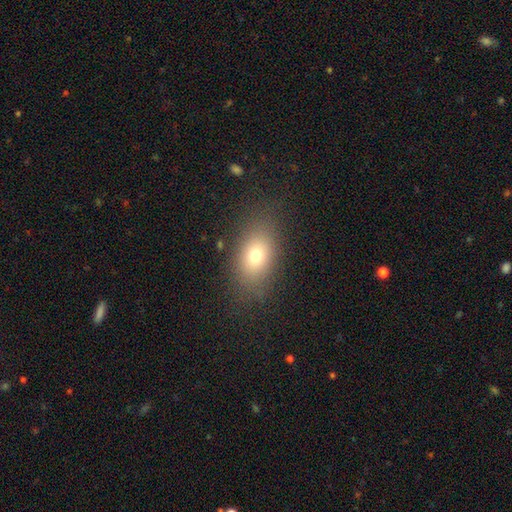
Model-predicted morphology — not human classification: Smooth or featured: smooth — 73% (featured or disk — 15%)
How rounded: in between — 81% (round — 16%)
Merging: none — 82% (minor disturbance — 11%)